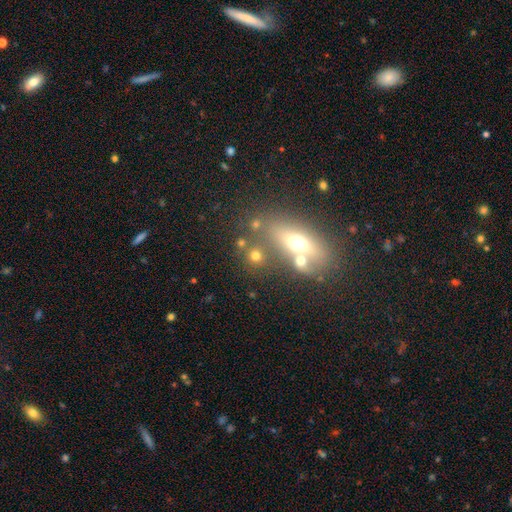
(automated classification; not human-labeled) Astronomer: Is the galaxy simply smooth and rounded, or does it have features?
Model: smooth — 67%.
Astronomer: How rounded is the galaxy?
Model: round — 73%.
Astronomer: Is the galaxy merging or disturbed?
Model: none — 59%.